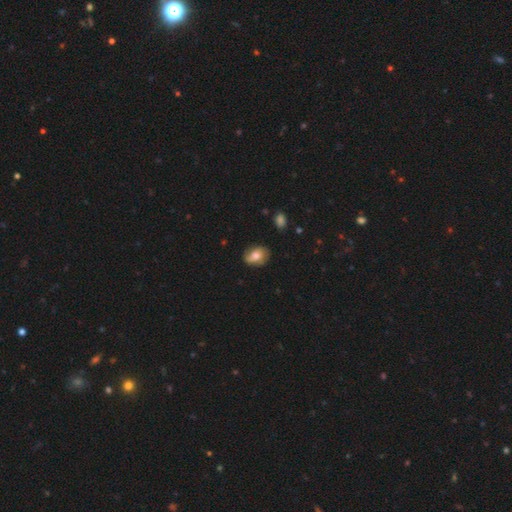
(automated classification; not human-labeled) Smooth or featured? smooth (62%)
How rounded? in between (69%)
Merging? none (72%)